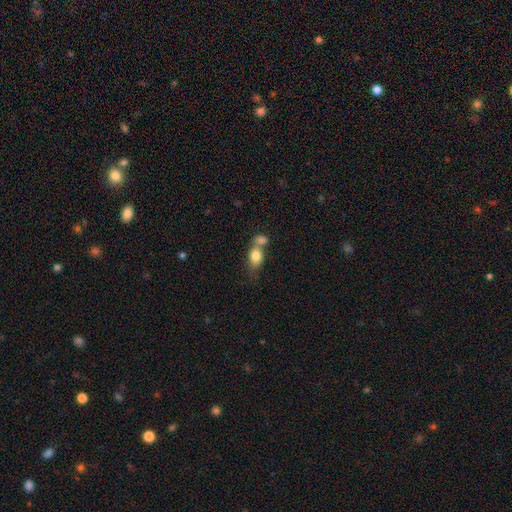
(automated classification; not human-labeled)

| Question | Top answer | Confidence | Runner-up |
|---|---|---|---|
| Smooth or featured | smooth | 80% | featured or disk (12%) |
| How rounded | in between | 72% | round (25%) |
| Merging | merger | 55% | none (30%) |